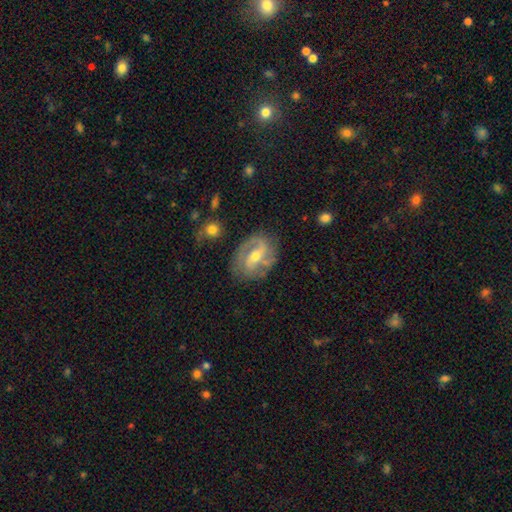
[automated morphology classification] This appears to be a featured or disk galaxy (82%) with a weak bar (41%), 2 (81%) medium (45%) spiral arms (90%) and a moderate central bulge (59%). Merging: none (76%).